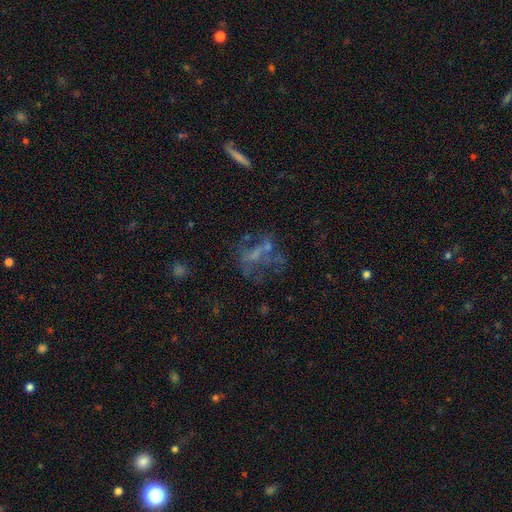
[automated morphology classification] Smooth or featured? Predicted: featured or disk (p=0.52). Edge-on disk? Predicted: no (p=0.95). Merging? Predicted: none (p=0.45).